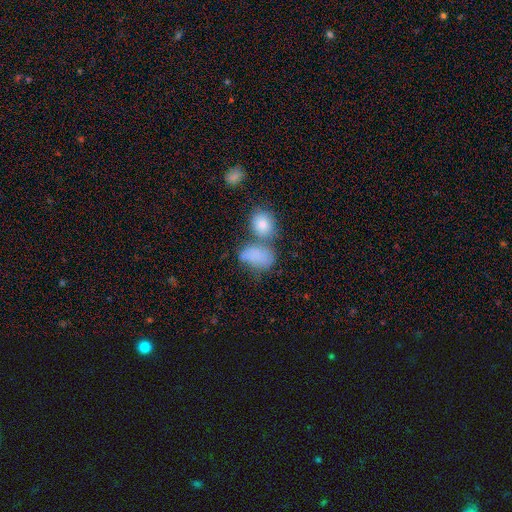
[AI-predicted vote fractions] smooth-or-featured: smooth: 80% | featured or disk: 11% | star or artifact: 9%
  how-rounded: in between: 81% | round: 17% | cigar-shaped: 2%
  merging: merger: 38% | none: 34% | minor disturbance: 18% | major disturbance: 11%